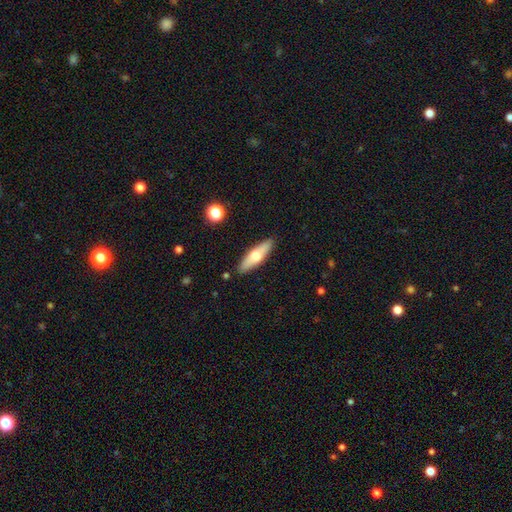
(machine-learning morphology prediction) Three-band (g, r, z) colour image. It shows a smooth galaxy with no disk features (56%) that is cigar-shaped (56%). Merging: none (88%).